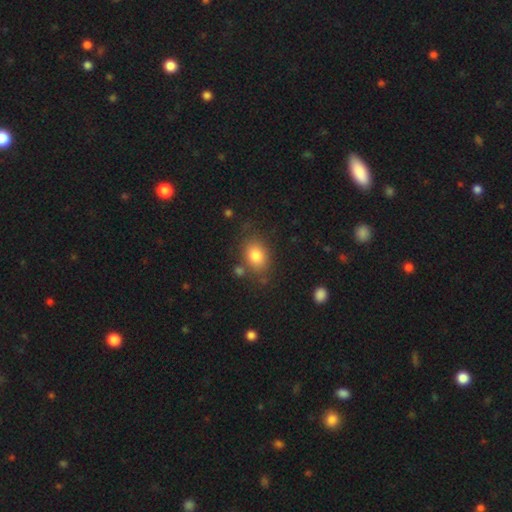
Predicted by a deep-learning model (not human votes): smooth 83%, star or artifact 9%, featured or disk 9%. Down the decision tree: how rounded — in between (73%); merging — none (74%).